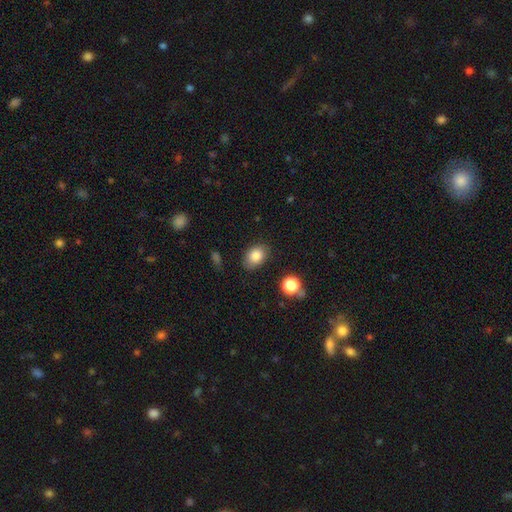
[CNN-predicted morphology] Smooth or featured?
  - smooth: 84% *
  - star or artifact: 9%
  - featured or disk: 7%
How rounded?
  - in between: 73% *
  - round: 26%
  - cigar-shaped: 1%
Merging?
  - none: 82% *
  - minor disturbance: 13%
  - major disturbance: 3%
  - merger: 2%